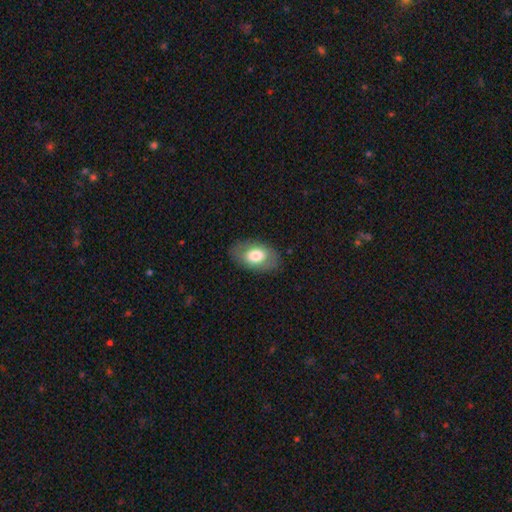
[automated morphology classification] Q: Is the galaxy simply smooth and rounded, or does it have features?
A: smooth — 69%.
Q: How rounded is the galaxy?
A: in between — 89%.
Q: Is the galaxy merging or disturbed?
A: none — 81%.